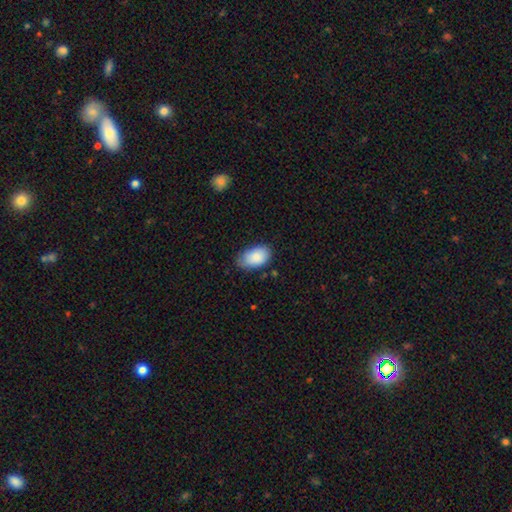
This appears to be a smooth galaxy with no disk features (92%) that is in between round and cigar-shaped (88%). Merging: none (74%).